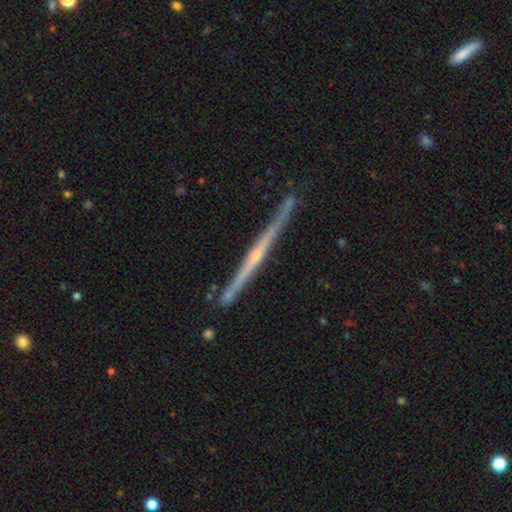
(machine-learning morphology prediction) Smooth or featured? Predicted: featured or disk (p=0.83). Edge-on disk? Predicted: yes (p=0.98). Edge-on bulge? Predicted: rounded (p=0.61). Merging? Predicted: none (p=0.86).